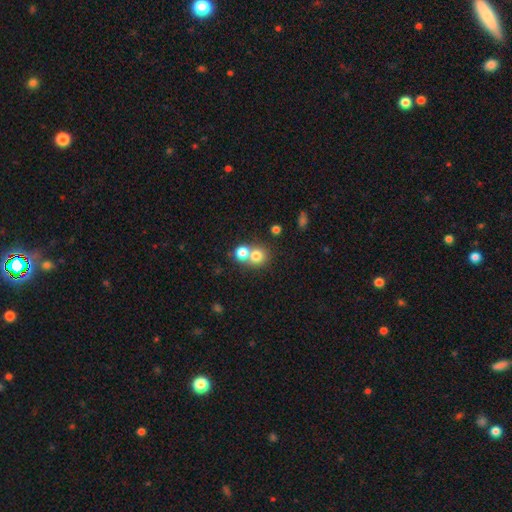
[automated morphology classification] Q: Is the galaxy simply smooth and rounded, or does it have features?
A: smooth — 76%.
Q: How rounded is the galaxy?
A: round — 84%.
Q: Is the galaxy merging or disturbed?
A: merger — 51%.